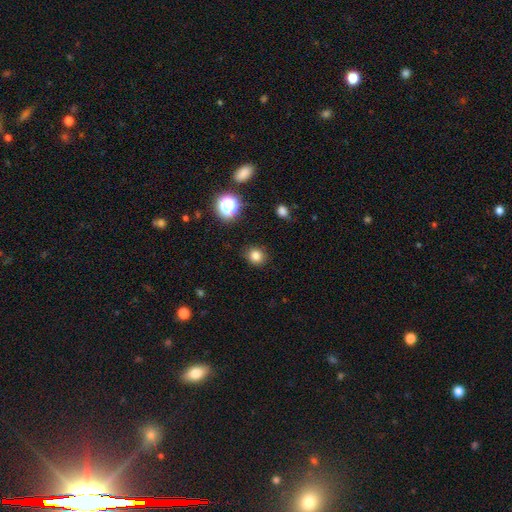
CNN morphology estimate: Smooth or featured: smooth — 80% (star or artifact — 14%)
How rounded: round — 81% (in between — 18%)
Merging: none — 88% (minor disturbance — 8%)